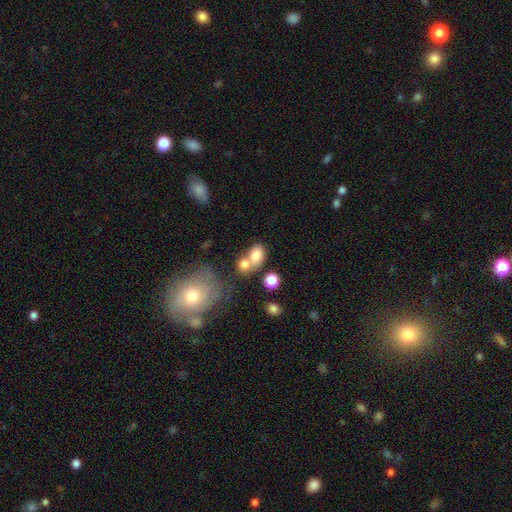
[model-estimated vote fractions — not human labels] Overall: smooth (76%). How rounded: in between (68%; round 31%). Merging: merger (55%; none 29%).